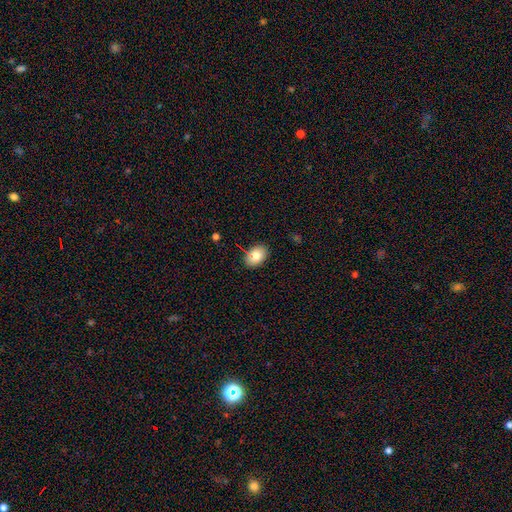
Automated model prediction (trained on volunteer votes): A smooth galaxy with no disk features (81%) that is in between round and cigar-shaped (78%).

Vote fractions:
- Smooth or featured? smooth: 81% / featured or disk: 10% / star or artifact: 9%
- How rounded? in between: 78% / round: 21% / cigar-shaped: 1%
- Merging? none: 84% / minor disturbance: 12% / major disturbance: 2% / merger: 1%